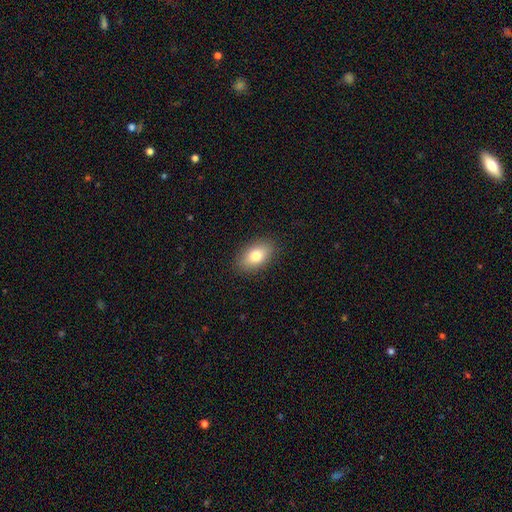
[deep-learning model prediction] Smooth or featured? smooth (80%)
How rounded? in between (90%)
Merging? none (89%)